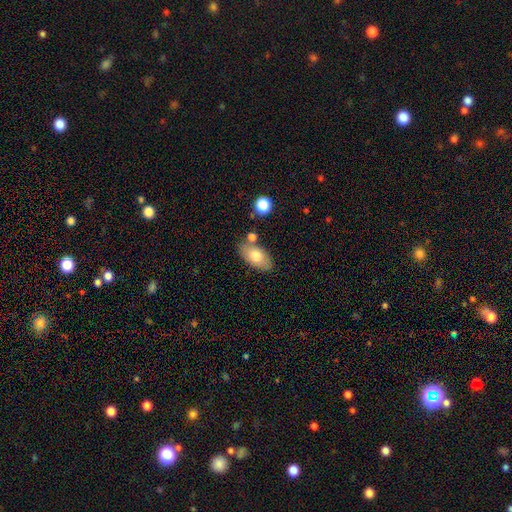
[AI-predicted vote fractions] This is likely a smooth galaxy (73%). How rounded: clearly in between (92%). Merging: likely none (71%).